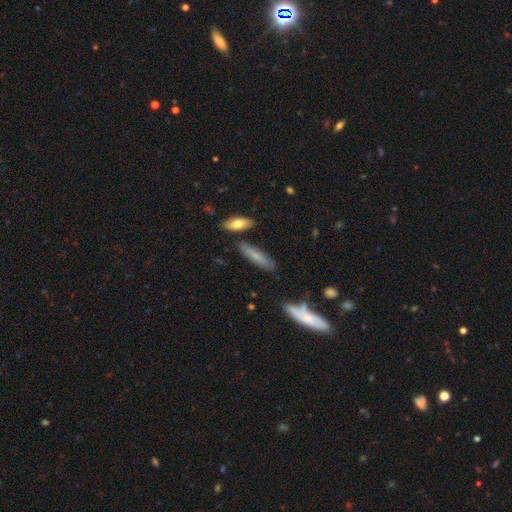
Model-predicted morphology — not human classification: type=smooth (67%); roundness=cigar-shaped (68%); merging=none (76%).